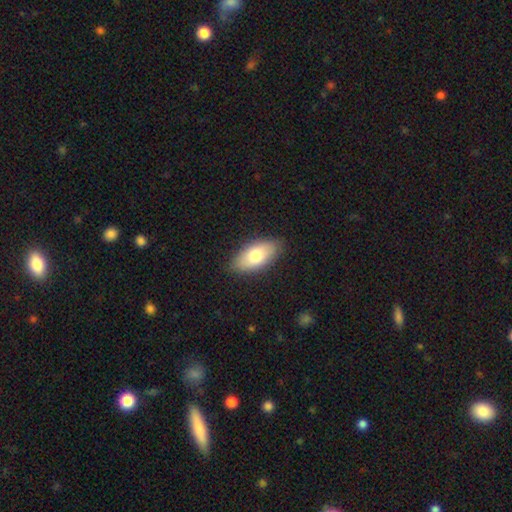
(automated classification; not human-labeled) Smooth or featured: smooth — 75% (featured or disk — 19%)
How rounded: in between — 91% (cigar-shaped — 6%)
Merging: none — 85% (minor disturbance — 11%)